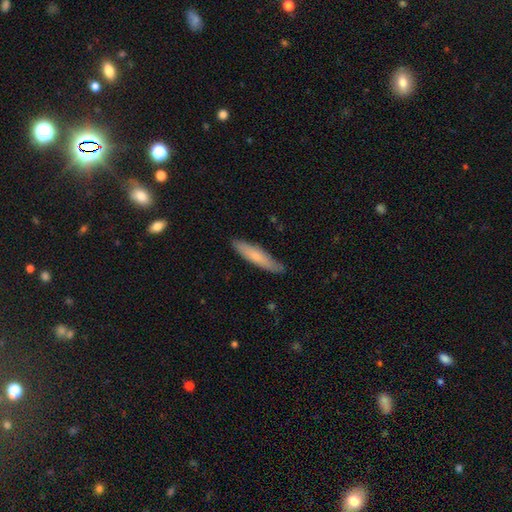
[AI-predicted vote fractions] Morphology: type=smooth (68%); roundness=cigar-shaped (84%); merging=none (85%).